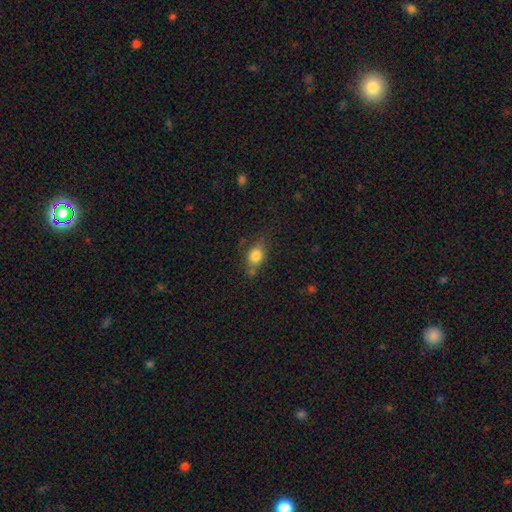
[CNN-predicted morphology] Q: Smooth or featured?
A: smooth (81%); runner-up: star or artifact (10%)
Q: How rounded?
A: in between (60%); runner-up: round (38%)
Q: Merging?
A: none (63%); runner-up: minor disturbance (24%)